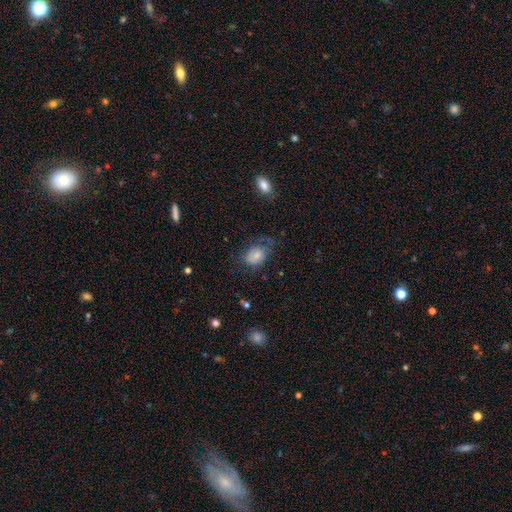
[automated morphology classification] Smooth or featured?
  - smooth: 71% *
  - featured or disk: 18%
  - star or artifact: 10%
How rounded?
  - in between: 72% *
  - round: 27%
  - cigar-shaped: 1%
Merging?
  - none: 43% *
  - minor disturbance: 30%
  - major disturbance: 24%
  - merger: 3%